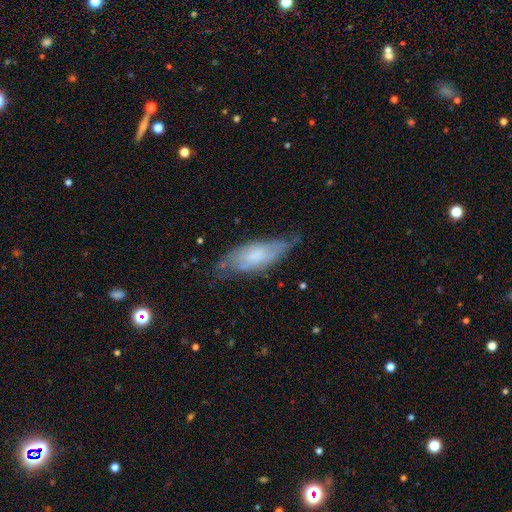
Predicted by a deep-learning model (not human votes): A smooth galaxy with no disk features (51%) that is in between round and cigar-shaped (67%).

Vote fractions:
- Smooth or featured? smooth: 51% / featured or disk: 42% / star or artifact: 7%
- How rounded? in between: 67% / cigar-shaped: 31% / round: 2%
- Merging? none: 55% / minor disturbance: 33% / major disturbance: 10% / merger: 2%